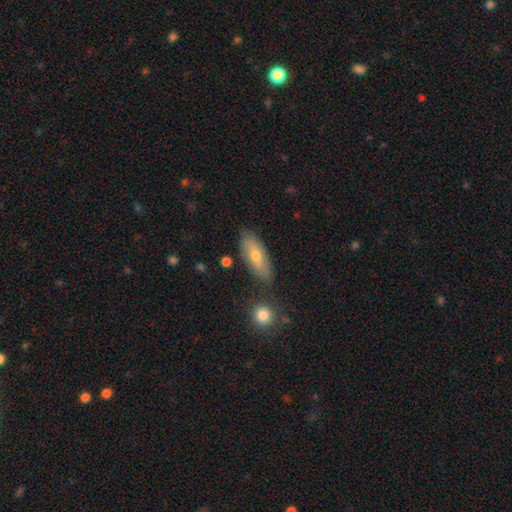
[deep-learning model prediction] smooth-or-featured: smooth: 62% | featured or disk: 32% | star or artifact: 7%
  how-rounded: in between: 68% | cigar-shaped: 29% | round: 3%
  merging: none: 79% | minor disturbance: 14% | merger: 4% | major disturbance: 3%